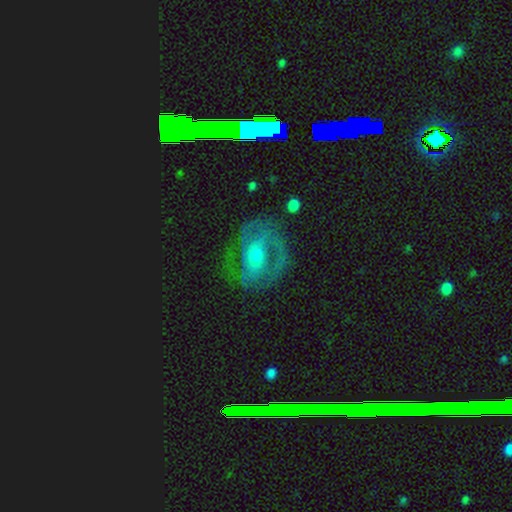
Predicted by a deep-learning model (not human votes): Smooth or featured: featured or disk — 75% (smooth — 19%)
Edge-on disk: no — 96% (yes — 4%)
Bar: no — 50% (weak — 36%)
Spiral arms: yes — 74% (no — 26%)
Spiral winding: medium — 44% (tight — 35%)
Spiral arm count: 2 — 48% (can't tell — 25%)
Bulge size: moderate — 63% (small — 31%)
Merging: none — 52% (major disturbance — 24%)